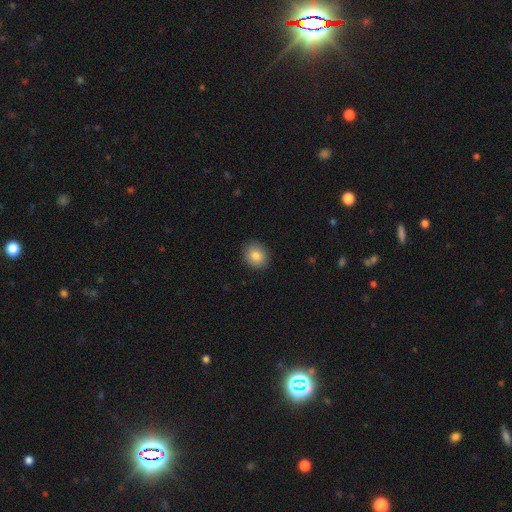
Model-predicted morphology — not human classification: smooth 83%, star or artifact 9%, featured or disk 8%. Down the decision tree: how rounded — round (77%); merging — none (91%).